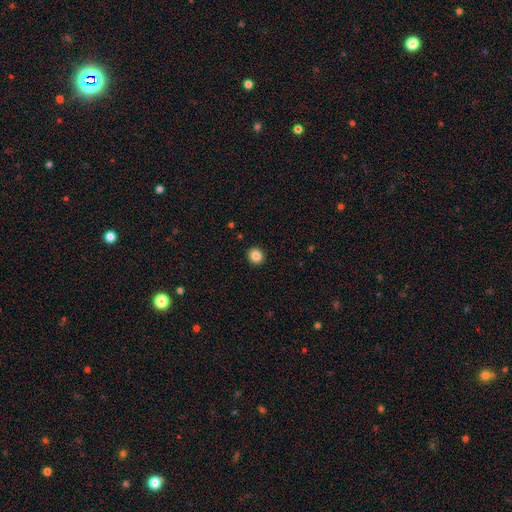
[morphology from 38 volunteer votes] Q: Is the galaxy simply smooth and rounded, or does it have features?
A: smooth — 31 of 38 (82%).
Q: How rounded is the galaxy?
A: round — 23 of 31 (74%).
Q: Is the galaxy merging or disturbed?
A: none — 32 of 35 (91%).